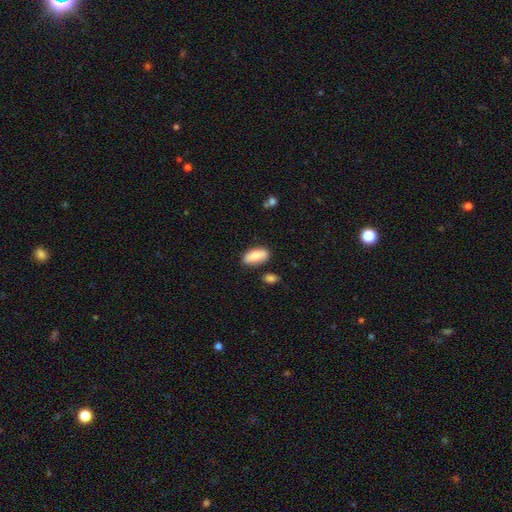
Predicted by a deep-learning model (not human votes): The model was most divided on "merging": none: 81%, minor disturbance: 12%, merger: 5%, major disturbance: 3%. More confident: how rounded — in between (87%); smooth or featured — smooth (84%).